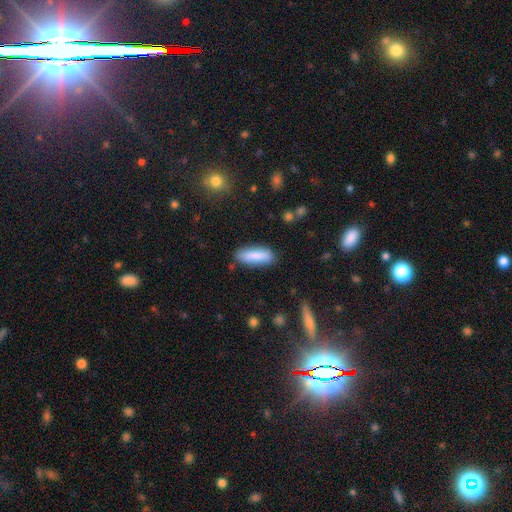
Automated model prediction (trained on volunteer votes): A smooth galaxy with no disk features (85%) that is in between round and cigar-shaped (51%).

Vote fractions:
- Smooth or featured? smooth: 85% / featured or disk: 9% / star or artifact: 6%
- How rounded? in between: 51% / cigar-shaped: 48% / round: 2%
- Merging? none: 82% / minor disturbance: 13% / major disturbance: 3% / merger: 2%